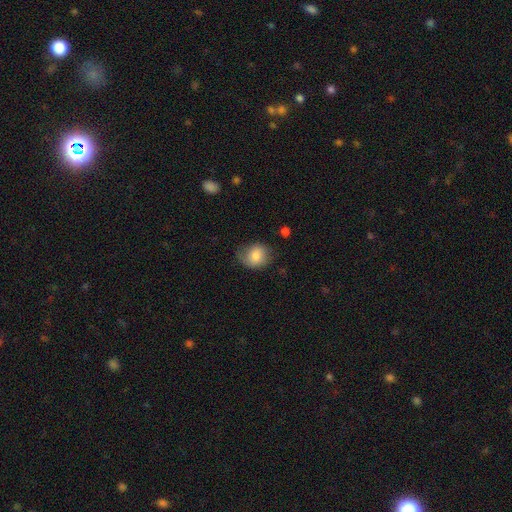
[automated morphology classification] The model was most divided on "how rounded": round: 62%, in between: 38%, cigar-shaped: 1%. More confident: smooth or featured — smooth (80%); merging — none (62%).